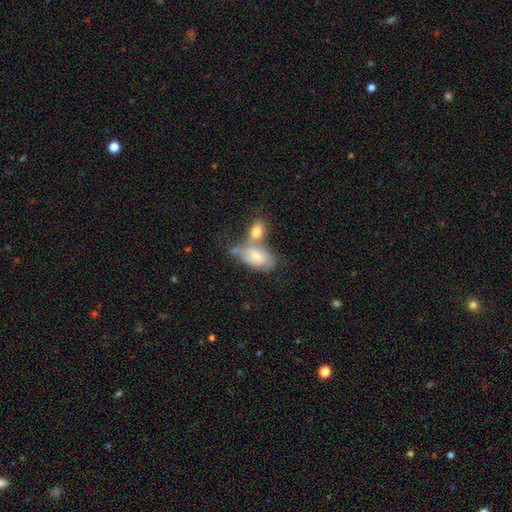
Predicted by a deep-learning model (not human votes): This appears to be a smooth galaxy with no disk features (56%) that is in between round and cigar-shaped (90%). Merging: merger (52%).